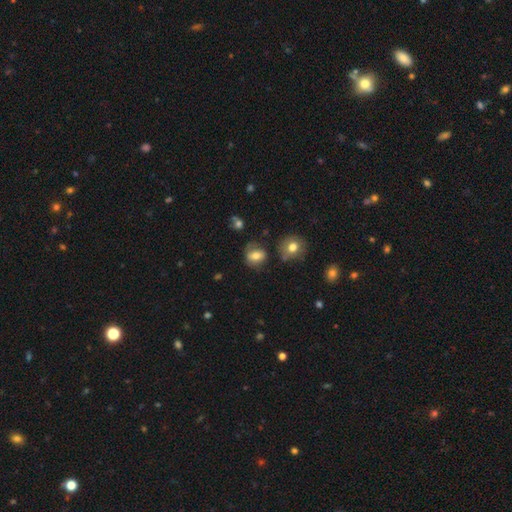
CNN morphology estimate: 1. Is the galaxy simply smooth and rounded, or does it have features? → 66% smooth, 24% featured or disk, 10% star or artifact.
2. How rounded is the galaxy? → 52% in between, 46% round, 2% cigar-shaped.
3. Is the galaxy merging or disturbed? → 62% none, 22% minor disturbance, 10% major disturbance, 6% merger.